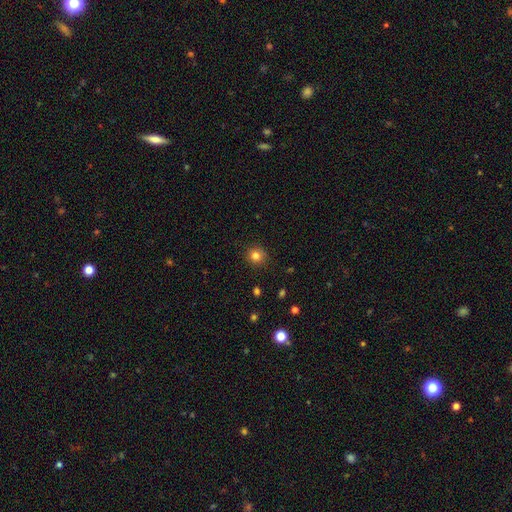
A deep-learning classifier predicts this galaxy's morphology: A smooth galaxy with no disk features (81%) that is round (87%). Merging: none (88%).